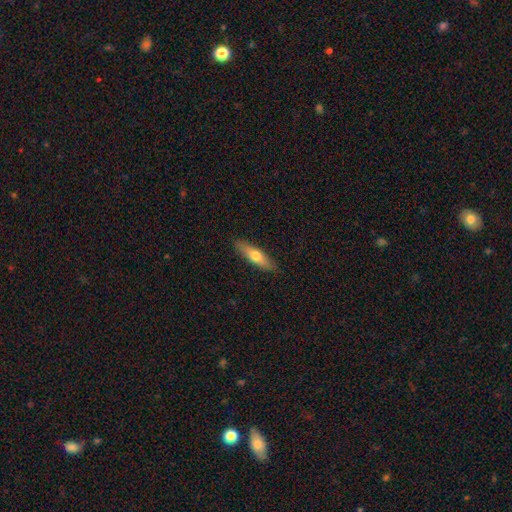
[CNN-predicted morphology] Overall: smooth (61%; featured or disk 33%). How rounded: cigar-shaped (62%; in between 36%). Merging: none (89%).